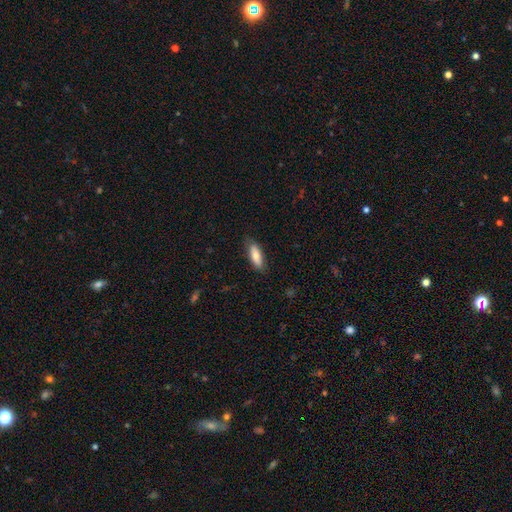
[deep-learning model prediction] This is likely a smooth galaxy (79%). How rounded: likely in between (63%). Merging: clearly none (81%).